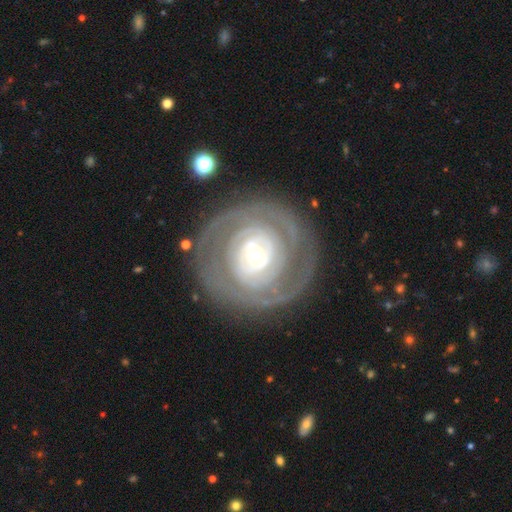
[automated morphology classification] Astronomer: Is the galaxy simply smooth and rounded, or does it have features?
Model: featured or disk — 78%.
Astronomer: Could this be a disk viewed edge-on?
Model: no — 96%.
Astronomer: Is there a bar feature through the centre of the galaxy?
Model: no — 68%.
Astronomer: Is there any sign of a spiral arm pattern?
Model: yes — 75%.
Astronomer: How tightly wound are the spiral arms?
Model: tight — 78%.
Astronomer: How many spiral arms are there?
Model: can't tell — 45% (runner-up: 2, 23%).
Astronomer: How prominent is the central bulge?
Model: small — 68%.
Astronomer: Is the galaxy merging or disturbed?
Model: none — 79%.